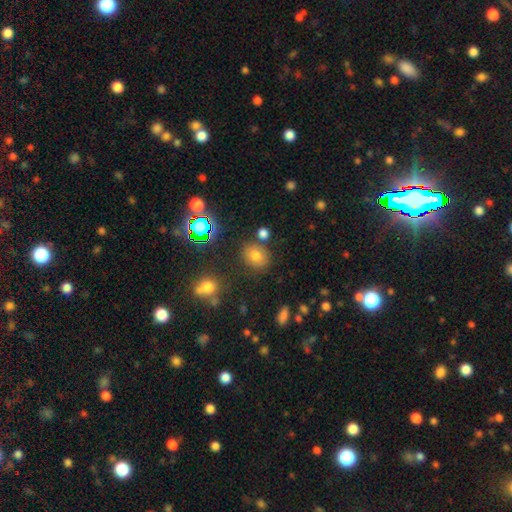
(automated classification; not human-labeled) Smooth or featured?
  - smooth: 70% *
  - star or artifact: 20%
  - featured or disk: 10%
How rounded?
  - round: 57% *
  - in between: 42%
  - cigar-shaped: 1%
Merging?
  - none: 76% *
  - minor disturbance: 12%
  - merger: 7%
  - major disturbance: 4%